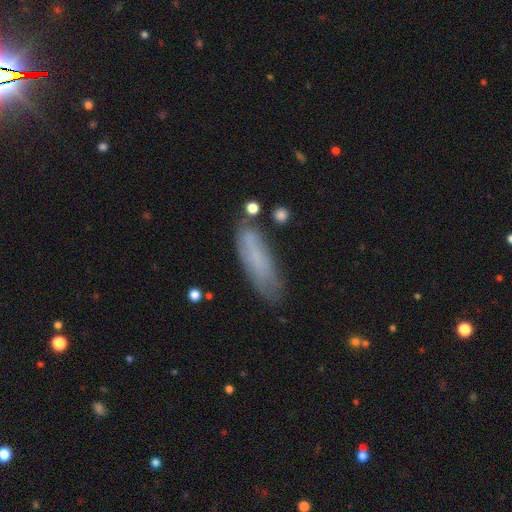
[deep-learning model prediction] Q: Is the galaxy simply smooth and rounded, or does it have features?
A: smooth — 69%.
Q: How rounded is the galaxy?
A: cigar-shaped — 54%.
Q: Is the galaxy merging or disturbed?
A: none — 65%.